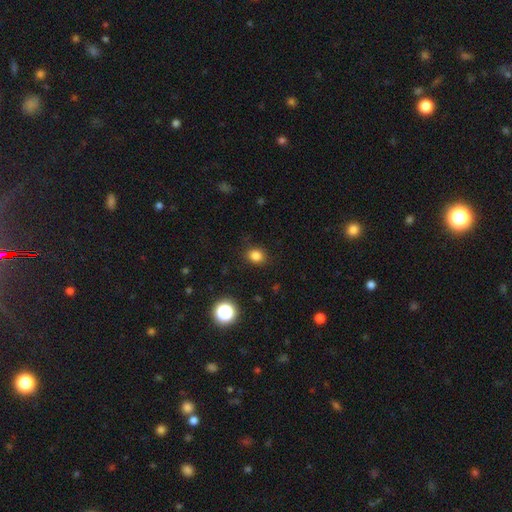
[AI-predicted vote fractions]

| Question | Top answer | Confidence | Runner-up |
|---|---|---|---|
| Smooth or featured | smooth | 82% | star or artifact (14%) |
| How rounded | round | 66% | in between (33%) |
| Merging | none | 87% | minor disturbance (9%) |